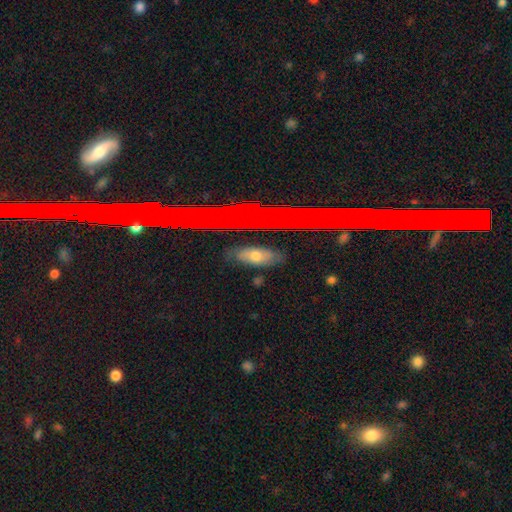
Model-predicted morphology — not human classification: This appears to be a smooth galaxy with no disk features (54%) that is in between round and cigar-shaped (74%). Merging: none (83%).